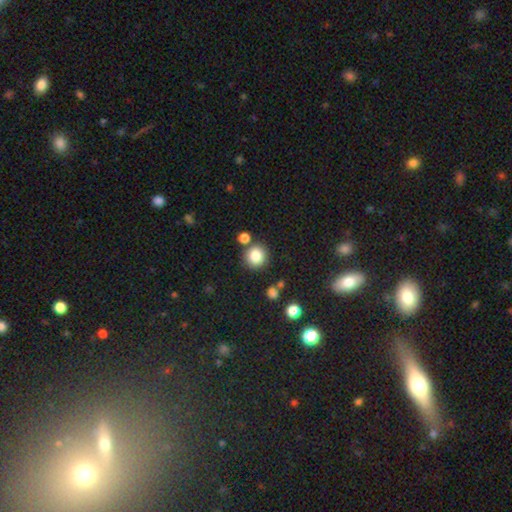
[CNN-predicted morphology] This is clearly a smooth galaxy (84%). How rounded: clearly round (91%). Merging: likely none (79%).